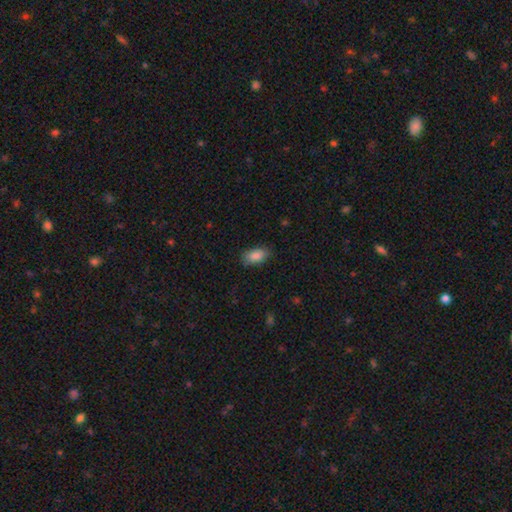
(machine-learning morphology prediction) smooth_or_featured: smooth (p=0.87) [alt: star or artifact p=0.07]
how_rounded: in between (p=0.92) [alt: round p=0.05]
merging: none (p=0.82) [alt: minor disturbance p=0.14]